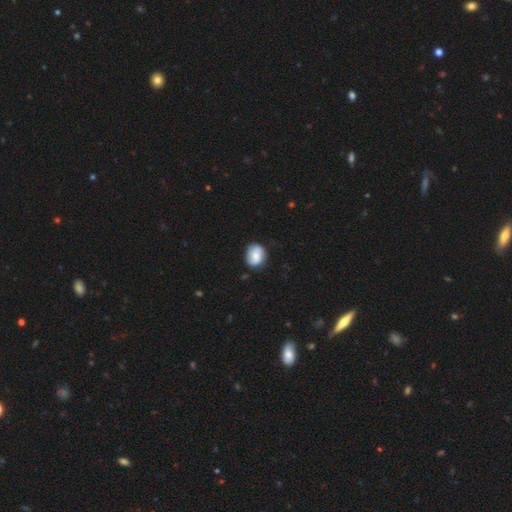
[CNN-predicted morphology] Smooth or featured?
  - smooth: 62% *
  - featured or disk: 30%
  - star or artifact: 8%
How rounded?
  - round: 61% *
  - in between: 38%
  - cigar-shaped: 1%
Merging?
  - none: 75% *
  - minor disturbance: 19%
  - major disturbance: 4%
  - merger: 1%